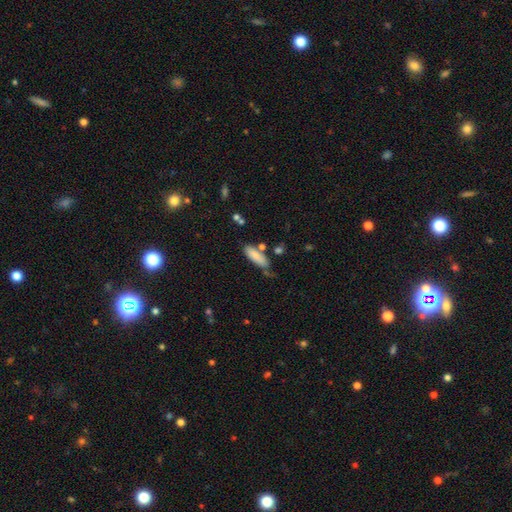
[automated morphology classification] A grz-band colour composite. It shows a smooth galaxy with no disk features (84%) that is in between round and cigar-shaped (60%). Merging: none (61%).